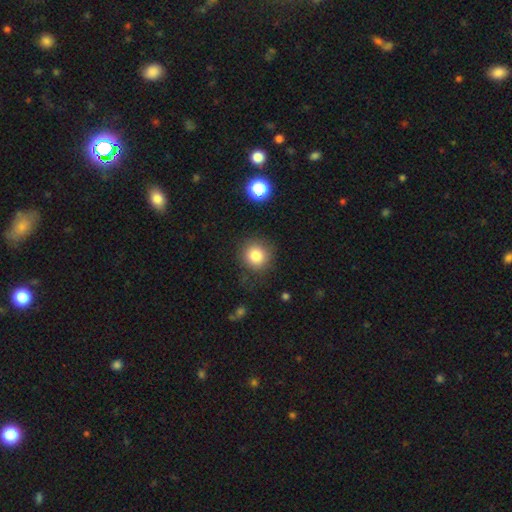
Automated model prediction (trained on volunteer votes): The model was most divided on "smooth or featured": smooth: 82%, star or artifact: 12%, featured or disk: 7%. More confident: how rounded — round (92%); merging — none (85%).